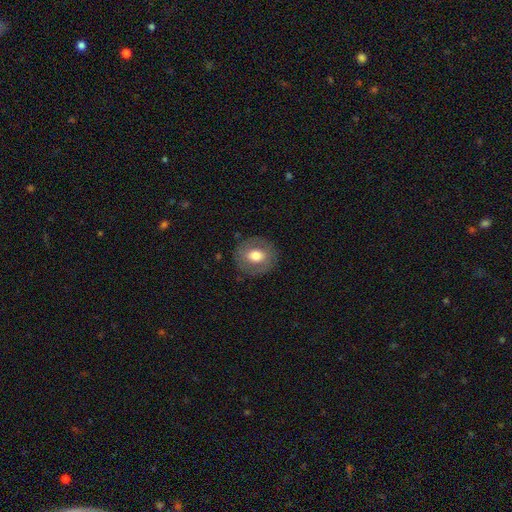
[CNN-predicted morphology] A smooth galaxy with no disk features (64%) that is round (78%).

Vote fractions:
- Smooth or featured? smooth: 64% / featured or disk: 28% / star or artifact: 8%
- How rounded? round: 78% / in between: 21% / cigar-shaped: 1%
- Merging? none: 85% / minor disturbance: 10% / major disturbance: 4% / merger: 1%